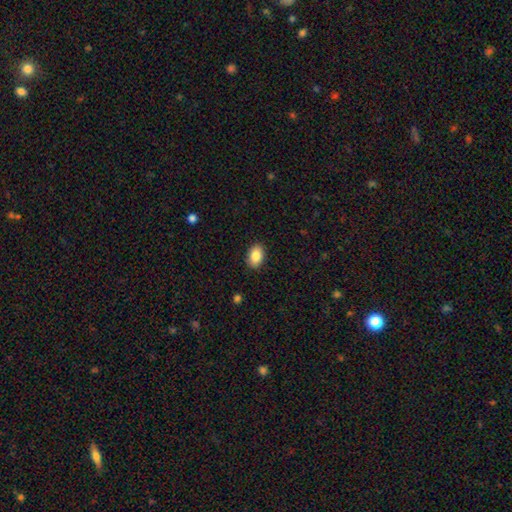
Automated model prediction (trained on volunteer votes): A smooth galaxy with no disk features (87%) that is in between round and cigar-shaped (87%). Merging: none (89%).